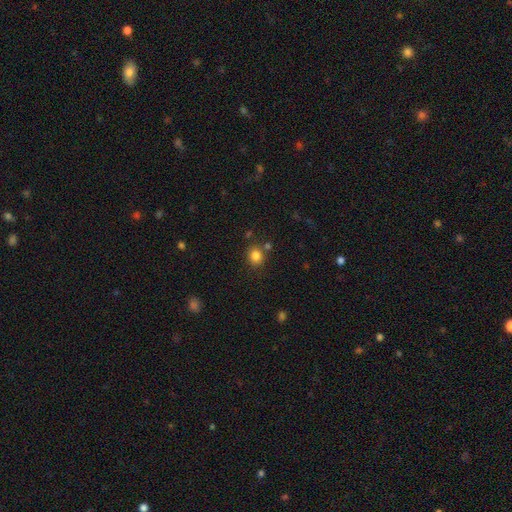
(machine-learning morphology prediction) This appears to be a smooth galaxy with no disk features (83%) that is round (77%). Merging: none (79%).